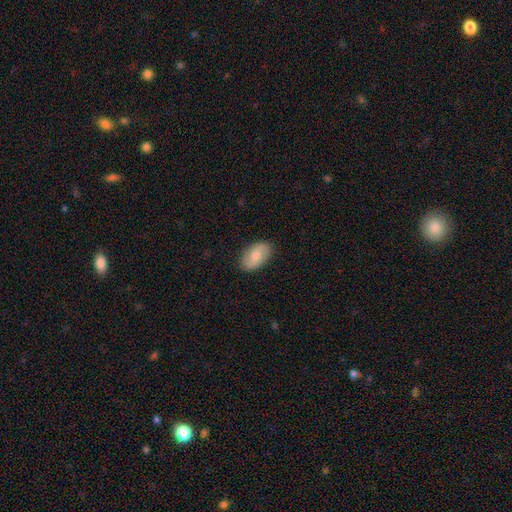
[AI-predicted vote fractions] This appears to be a smooth galaxy with no disk features (48%). Merging: none (84%).